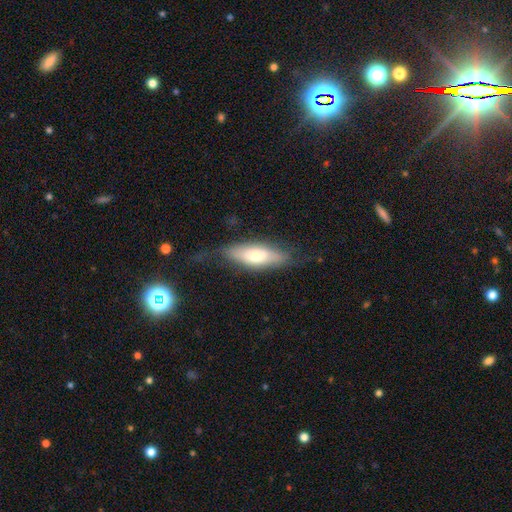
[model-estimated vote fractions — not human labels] This is possibly a smooth galaxy (55%). How rounded: possibly in between (55%). Merging: likely none (65%).